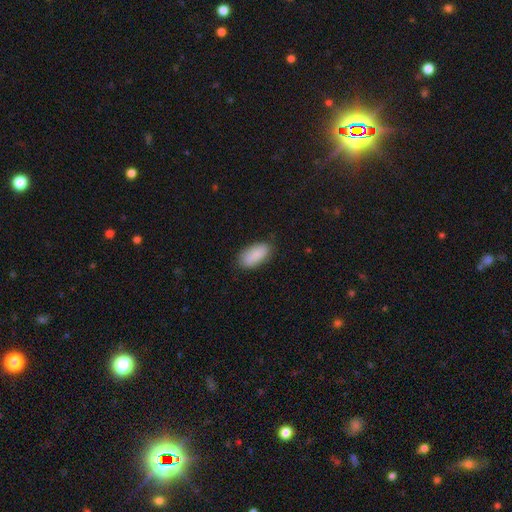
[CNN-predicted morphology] Smooth or featured? Predicted: smooth (p=0.86). How rounded? Predicted: in between (p=0.93). Merging? Predicted: none (p=0.80).